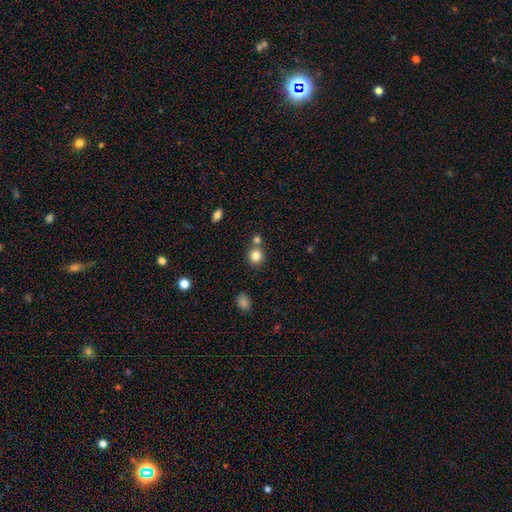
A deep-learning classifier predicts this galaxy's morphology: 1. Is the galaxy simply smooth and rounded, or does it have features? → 82% smooth, 12% star or artifact, 7% featured or disk.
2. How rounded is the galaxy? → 87% round, 13% in between, 1% cigar-shaped.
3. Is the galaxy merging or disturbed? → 67% none, 23% merger, 8% minor disturbance, 3% major disturbance.